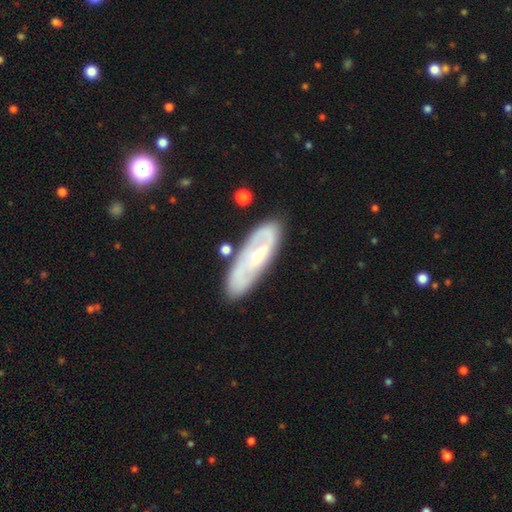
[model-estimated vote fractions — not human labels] smooth-or-featured: featured or disk: 66% | smooth: 27% | star or artifact: 6%
  disk-edge-on: no: 83% | yes: 17%
    bar: no: 51% | weak: 37% | strong: 12%
    has-spiral-arms: yes: 79% | no: 21%
    bulge-size: small: 47% | moderate: 34% | none: 12% | large: 5% | dominant: 1%
  merging: none: 75% | minor disturbance: 16% | major disturbance: 5% | merger: 4%